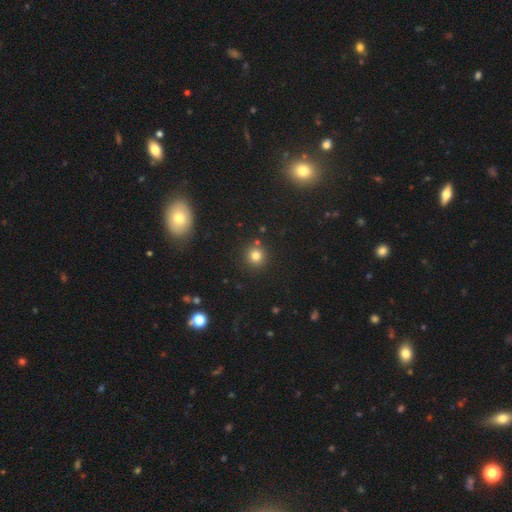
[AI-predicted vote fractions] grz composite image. It shows a smooth galaxy with no disk features (78%) that is round (92%). Merging: none (84%).